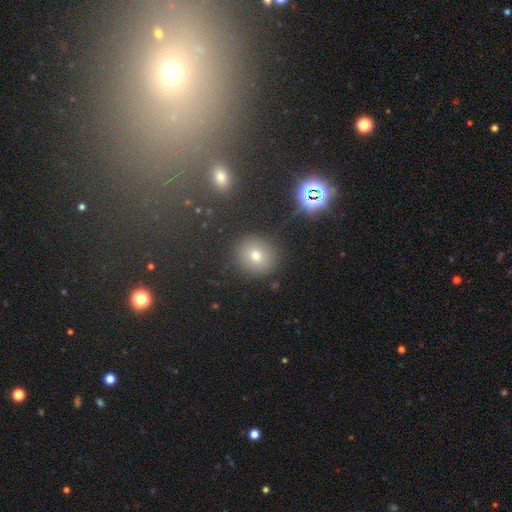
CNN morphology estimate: This appears to be a smooth galaxy with no disk features (68%) that is round (86%). Merging: none (88%).